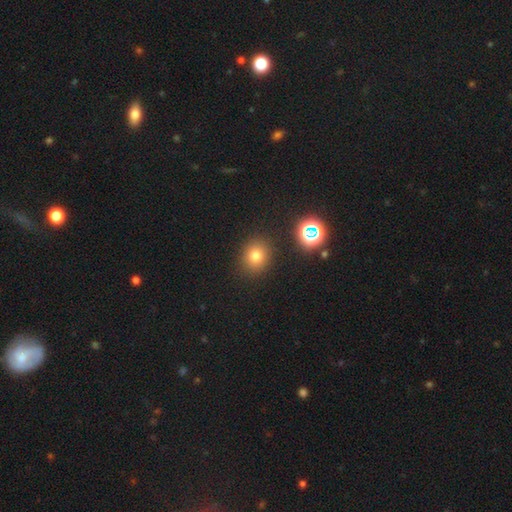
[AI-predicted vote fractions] Morphology: type=smooth (75%); roundness=round (76%); merging=none (88%).